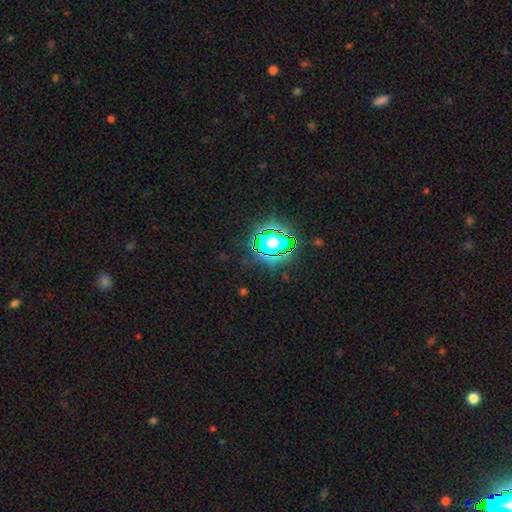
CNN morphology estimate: smooth_or_featured: star or artifact (p=0.81) [alt: smooth p=0.12]